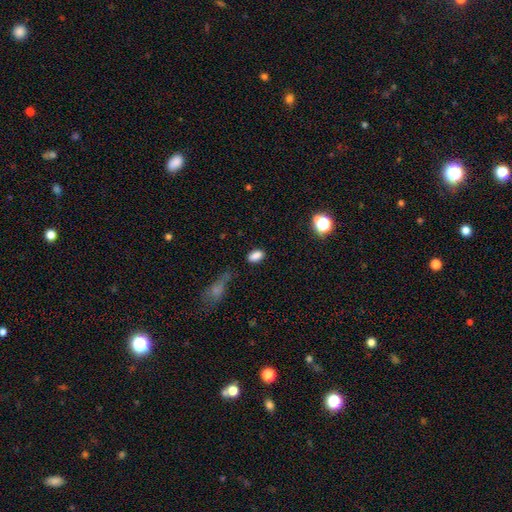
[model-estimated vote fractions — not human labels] smooth 85%, star or artifact 10%, featured or disk 5%. Down the decision tree: how rounded — in between (90%); merging — none (79%).